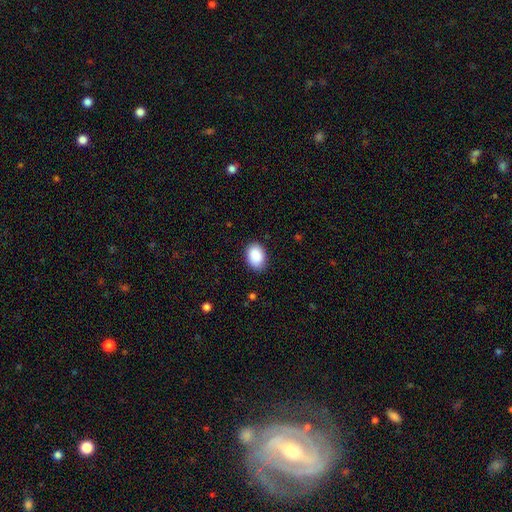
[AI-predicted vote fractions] smooth-or-featured: smooth: 89% | star or artifact: 6% | featured or disk: 5%
  how-rounded: in between: 86% | round: 13% | cigar-shaped: 1%
  merging: none: 85% | minor disturbance: 11% | major disturbance: 2% | merger: 1%